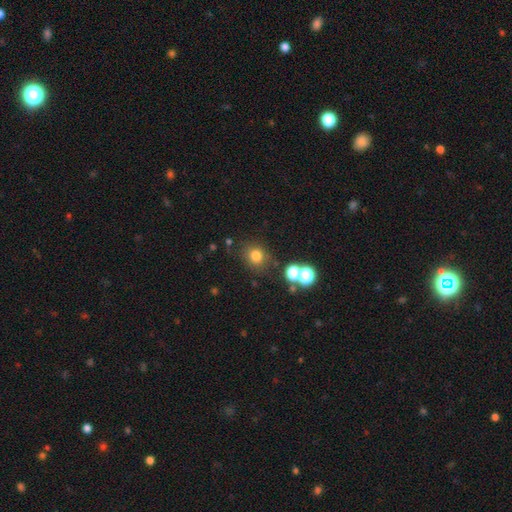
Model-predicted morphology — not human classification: Overall: smooth (75%). How rounded: round (83%). Merging: none (78%).